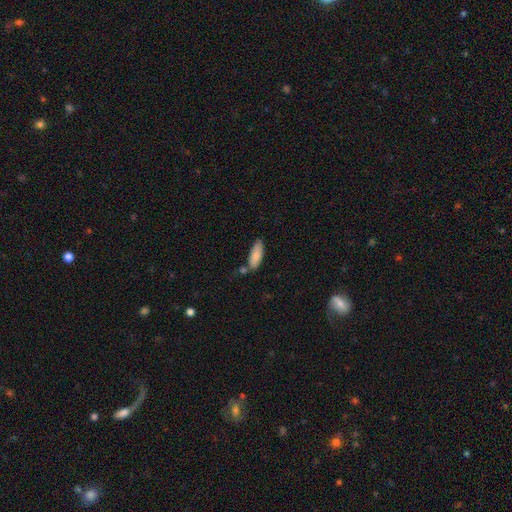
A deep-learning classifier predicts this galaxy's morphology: This is clearly a smooth galaxy (84%). How rounded: likely in between (64%). Merging: likely none (64%).